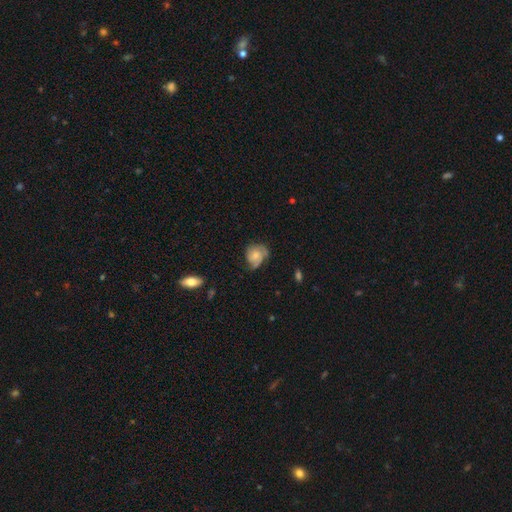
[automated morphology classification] A featured or disk galaxy (54%) with no bar (78%), spiral arms (87%) and a small central bulge (44%). Merging: none (52%).